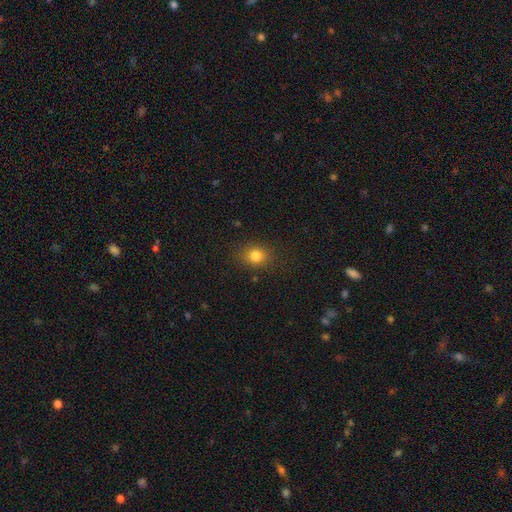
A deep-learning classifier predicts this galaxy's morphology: Smooth or featured? Predicted: smooth (p=0.80). How rounded? Predicted: round (p=0.64). Merging? Predicted: none (p=0.84).